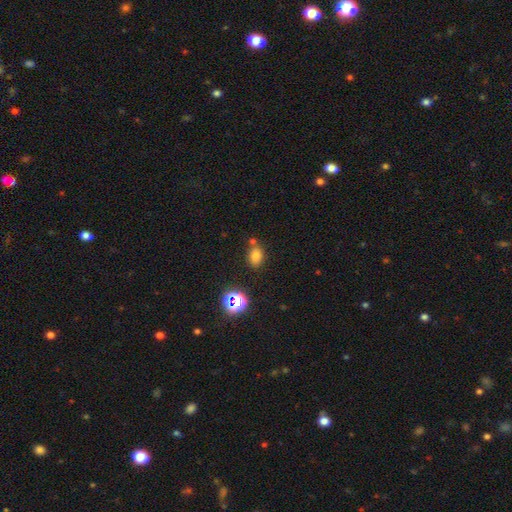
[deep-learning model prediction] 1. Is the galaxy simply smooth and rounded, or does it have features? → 73% smooth, 19% star or artifact, 9% featured or disk.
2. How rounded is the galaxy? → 68% in between, 30% round, 1% cigar-shaped.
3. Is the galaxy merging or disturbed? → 70% none, 13% merger, 13% minor disturbance, 4% major disturbance.